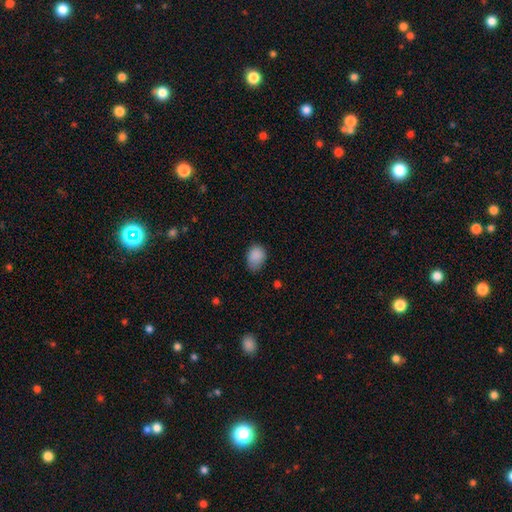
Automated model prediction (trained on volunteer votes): Overall: smooth (88%). How rounded: in between (69%; round 30%). Merging: none (62%; minor disturbance 31%).